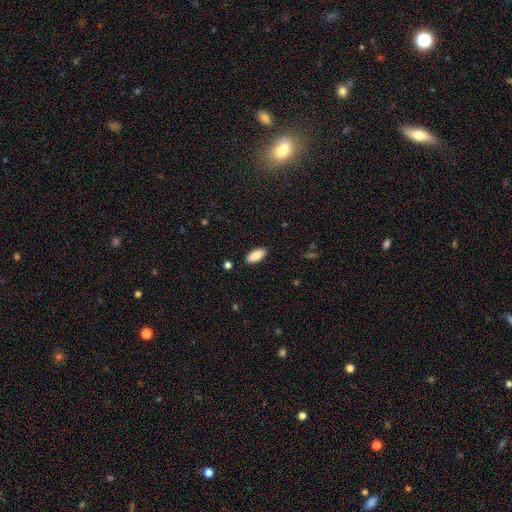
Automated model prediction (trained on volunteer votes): This appears to be a smooth galaxy with no disk features (88%) that is in between round and cigar-shaped (89%). Merging: none (89%).